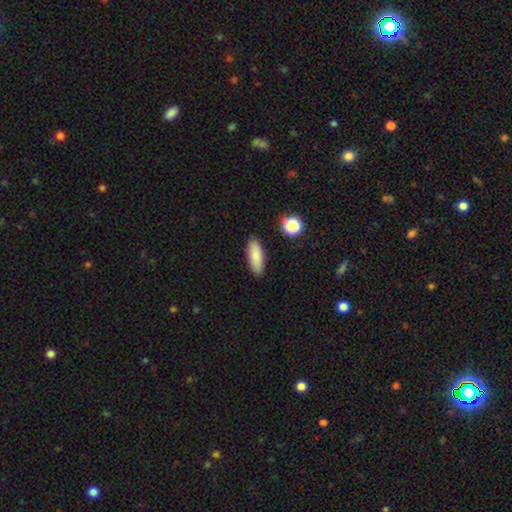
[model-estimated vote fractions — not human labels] Morphology: type=smooth (87%); roundness=in between (72%); merging=none (89%).